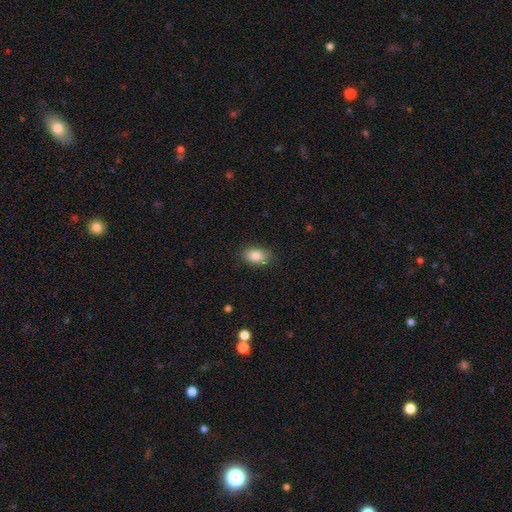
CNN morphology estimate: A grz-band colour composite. It shows a smooth galaxy with no disk features (85%) that is in between round and cigar-shaped (83%). Merging: none (85%).